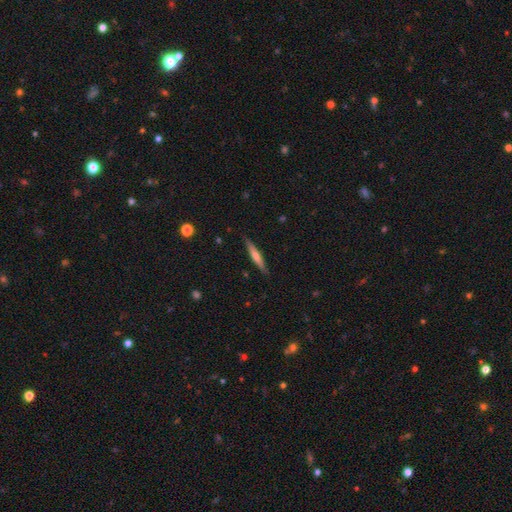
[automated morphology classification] featured or disk 49%, smooth 45%, star or artifact 6%. Down the decision tree: merging — none (89%).